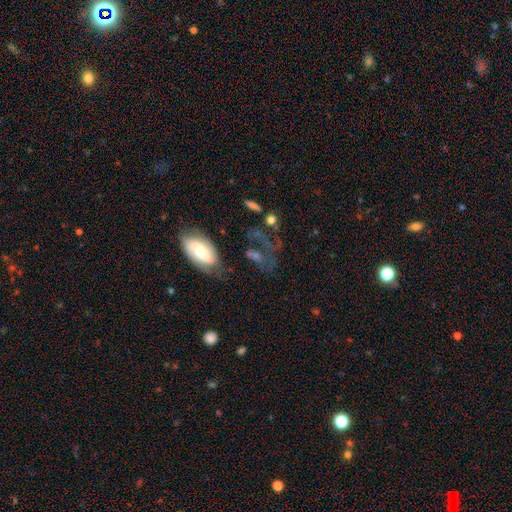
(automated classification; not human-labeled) This appears to be a featured or disk galaxy (41%). Merging: none (39%).